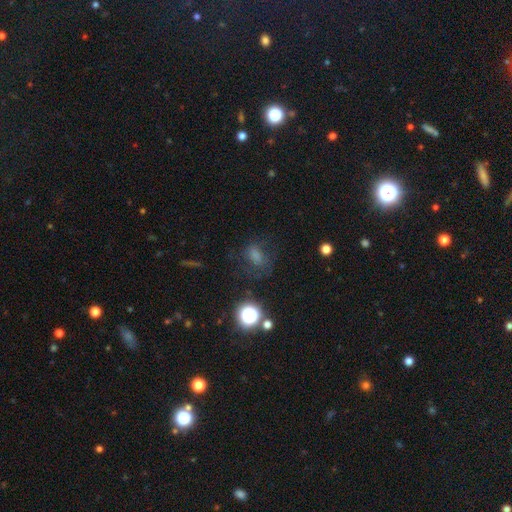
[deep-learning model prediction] The model was most divided on "smooth or featured": smooth: 46%, star or artifact: 32%, featured or disk: 22%. More confident: merging — none (65%).